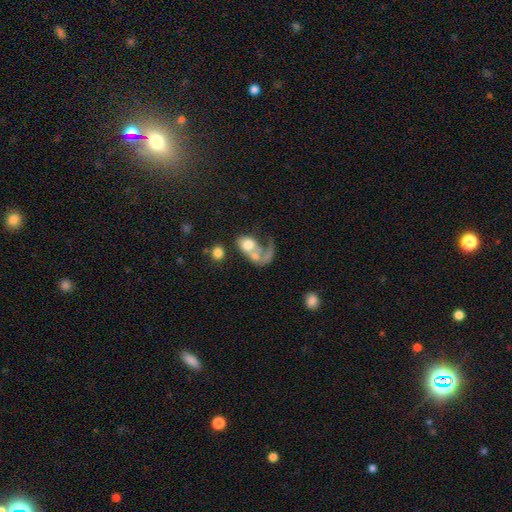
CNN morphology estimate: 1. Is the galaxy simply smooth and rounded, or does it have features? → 46% featured or disk, 45% smooth, 9% star or artifact.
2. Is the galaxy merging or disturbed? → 47% merger, 31% major disturbance, 14% none, 8% minor disturbance.